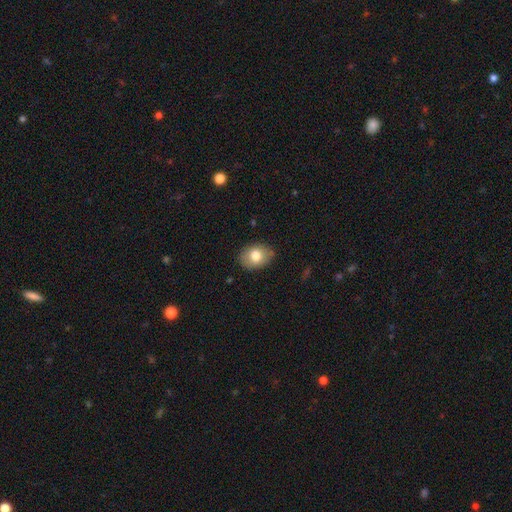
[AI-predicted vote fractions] Smooth or featured: smooth — 78% (featured or disk — 14%)
How rounded: in between — 66% (round — 33%)
Merging: none — 83% (minor disturbance — 13%)